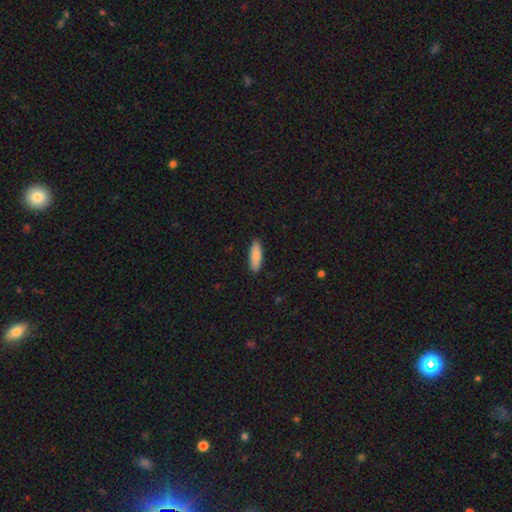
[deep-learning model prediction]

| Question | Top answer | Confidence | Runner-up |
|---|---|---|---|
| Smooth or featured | smooth | 83% | featured or disk (11%) |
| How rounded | cigar-shaped | 50% | in between (49%) |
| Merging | none | 90% | minor disturbance (7%) |